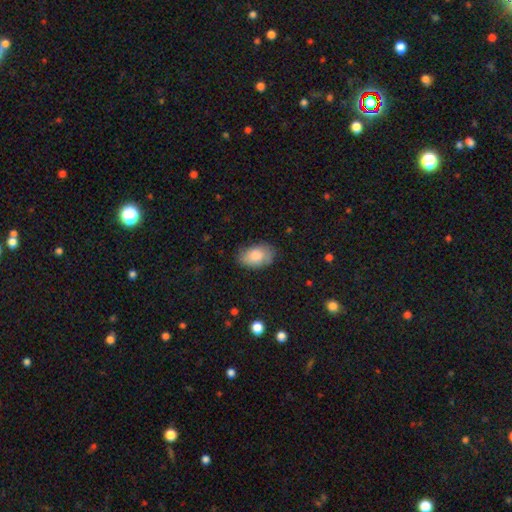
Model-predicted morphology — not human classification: A smooth galaxy with no disk features (82%) that is in between round and cigar-shaped (90%).

Vote fractions:
- Smooth or featured? smooth: 82% / featured or disk: 11% / star or artifact: 7%
- How rounded? in between: 90% / round: 9% / cigar-shaped: 1%
- Merging? none: 73% / minor disturbance: 20% / major disturbance: 5% / merger: 1%